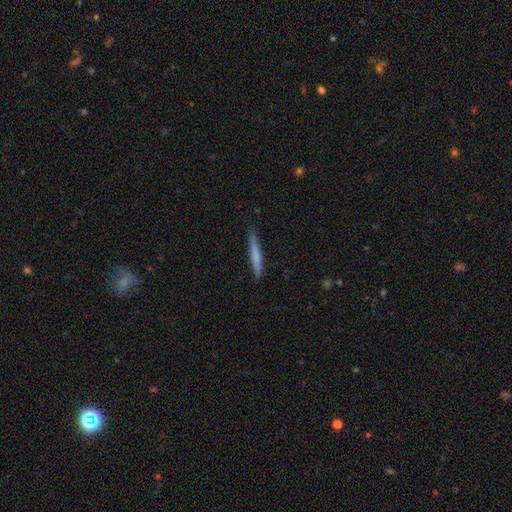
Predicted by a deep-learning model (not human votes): A smooth galaxy with no disk features (67%) that is cigar-shaped (96%). Merging: none (88%).